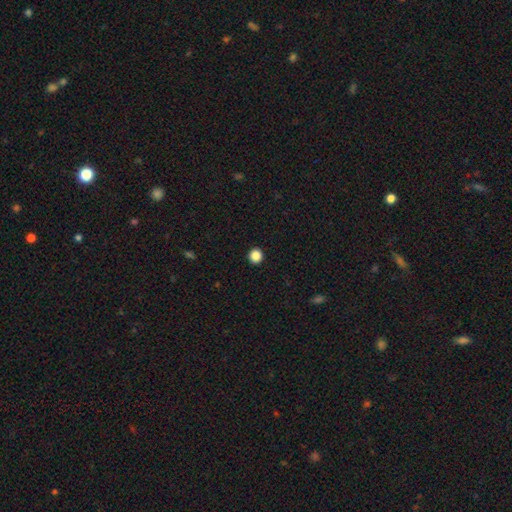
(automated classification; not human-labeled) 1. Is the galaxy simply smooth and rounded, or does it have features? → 87% smooth, 10% star or artifact, 3% featured or disk.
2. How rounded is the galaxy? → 94% round, 5% in between, 1% cigar-shaped.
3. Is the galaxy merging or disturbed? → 94% none, 4% minor disturbance, 1% major disturbance, 1% merger.